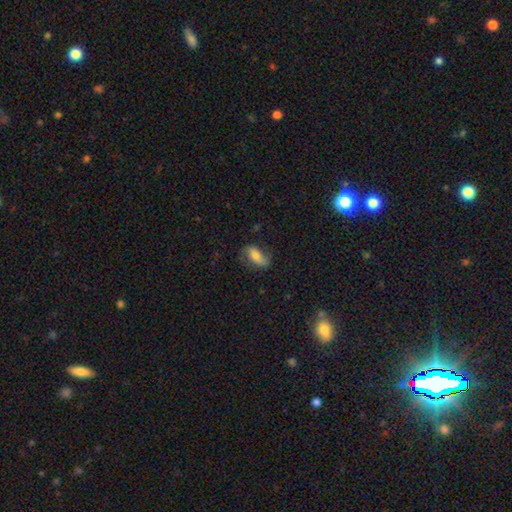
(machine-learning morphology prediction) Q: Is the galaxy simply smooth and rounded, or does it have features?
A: featured or disk — 48%.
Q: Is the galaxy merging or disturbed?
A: none — 67%.